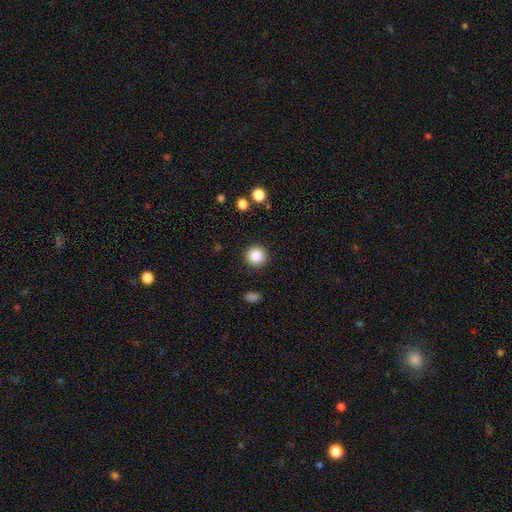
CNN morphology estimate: smooth 87%, star or artifact 10%, featured or disk 3%. Down the decision tree: how rounded — round (94%); merging — none (90%).